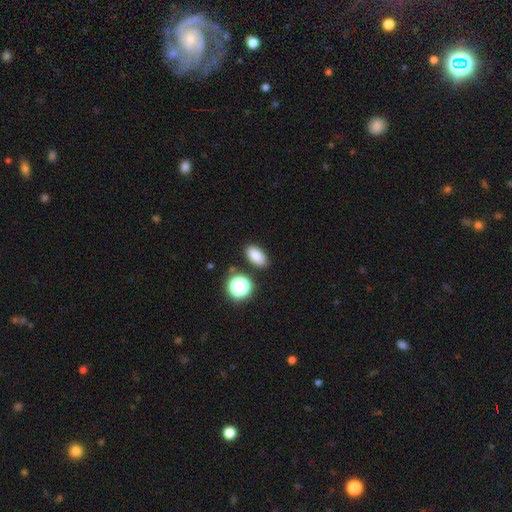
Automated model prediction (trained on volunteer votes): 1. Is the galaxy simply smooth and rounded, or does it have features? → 82% smooth, 12% star or artifact, 6% featured or disk.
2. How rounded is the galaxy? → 88% in between, 10% round, 3% cigar-shaped.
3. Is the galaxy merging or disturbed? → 86% none, 9% minor disturbance, 3% merger, 3% major disturbance.